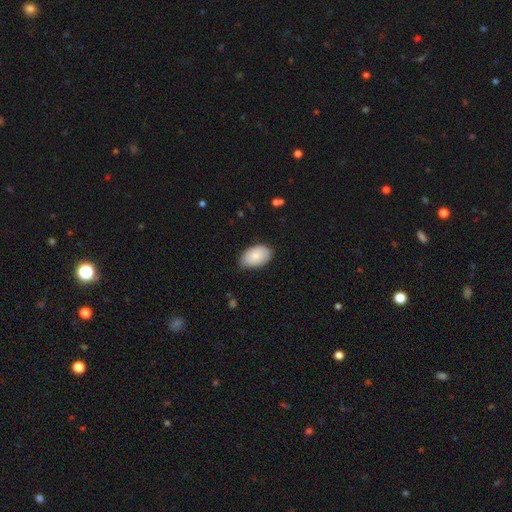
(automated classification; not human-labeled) smooth-or-featured: smooth: 86% | featured or disk: 8% | star or artifact: 6%
  how-rounded: in between: 93% | round: 6% | cigar-shaped: 1%
  merging: none: 70% | minor disturbance: 26% | major disturbance: 3% | merger: 1%